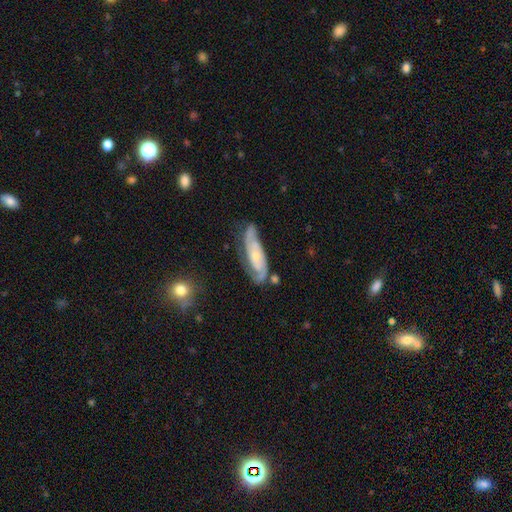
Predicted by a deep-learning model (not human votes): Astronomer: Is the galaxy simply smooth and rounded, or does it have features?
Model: featured or disk — 80%.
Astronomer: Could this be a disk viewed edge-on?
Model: no — 89%.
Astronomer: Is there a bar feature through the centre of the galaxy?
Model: no — 66%.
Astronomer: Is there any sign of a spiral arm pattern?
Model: yes — 94%.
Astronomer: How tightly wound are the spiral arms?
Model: tight — 50% (runner-up: medium, 38%).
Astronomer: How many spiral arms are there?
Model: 2 — 69%.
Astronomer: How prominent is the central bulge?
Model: small — 63%.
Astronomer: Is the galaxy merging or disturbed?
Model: none — 64%.